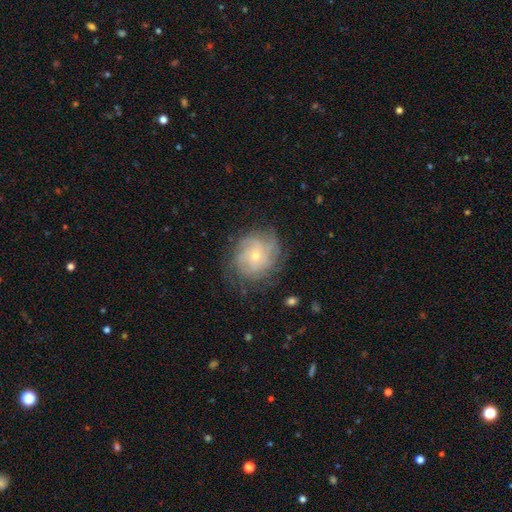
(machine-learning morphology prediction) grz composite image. It shows a featured or disk galaxy (72%) with no bar (77%), tight (63%) spiral arms (92%) and a small central bulge (69%). Merging: none (74%).